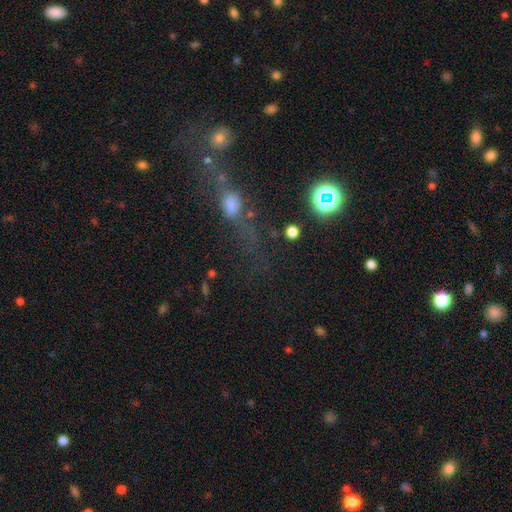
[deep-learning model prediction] Smooth or featured? star or artifact (37%)